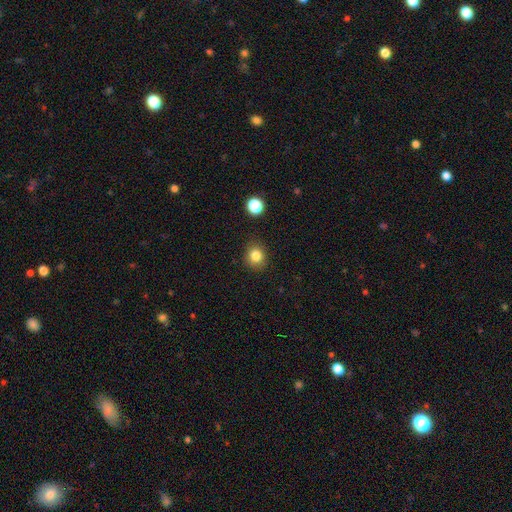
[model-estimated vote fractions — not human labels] smooth_or_featured: smooth (p=0.83) [alt: star or artifact p=0.12]
how_rounded: round (p=0.78) [alt: in between p=0.21]
merging: none (p=0.86) [alt: minor disturbance p=0.10]